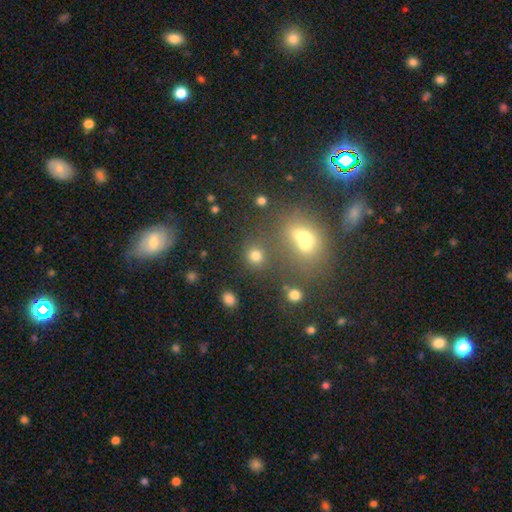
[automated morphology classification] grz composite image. It shows a smooth galaxy with no disk features (75%) that is round (83%). Merging: none (73%).